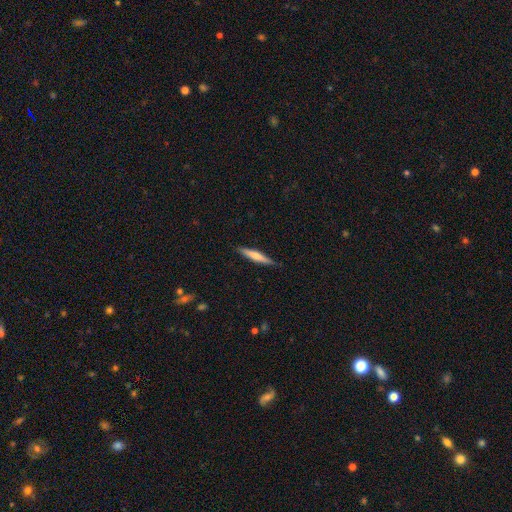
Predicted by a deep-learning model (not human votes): A smooth galaxy with no disk features (57%) that is cigar-shaped (92%).

Vote fractions:
- Smooth or featured? smooth: 57% / featured or disk: 38% / star or artifact: 5%
- How rounded? cigar-shaped: 92% / in between: 7% / round: 1%
- Merging? none: 87% / minor disturbance: 10% / major disturbance: 2% / merger: 1%